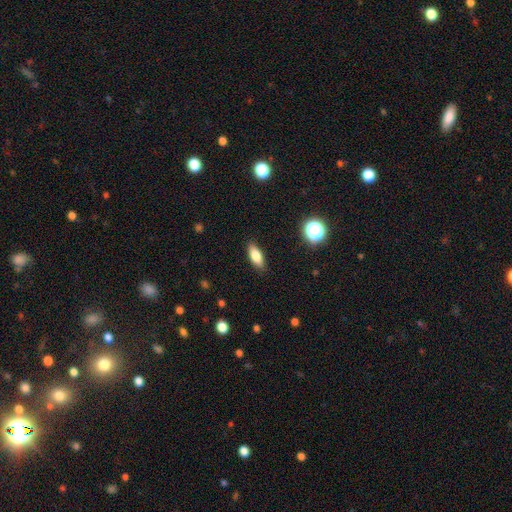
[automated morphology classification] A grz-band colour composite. It shows a smooth galaxy with no disk features (79%) that is in between round and cigar-shaped (75%). Merging: none (88%).